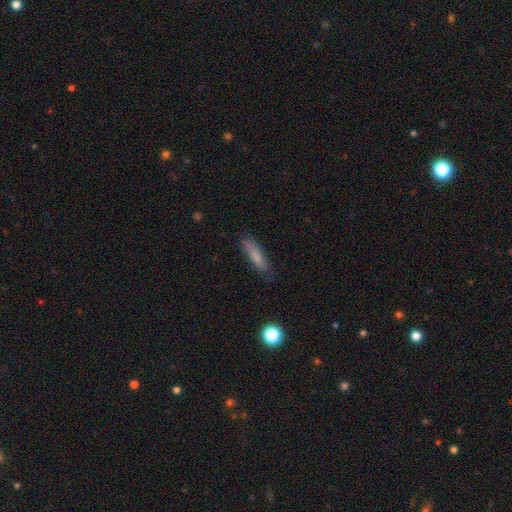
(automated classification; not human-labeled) Morphology: type=smooth (73%); roundness=cigar-shaped (64%); merging=none (73%).